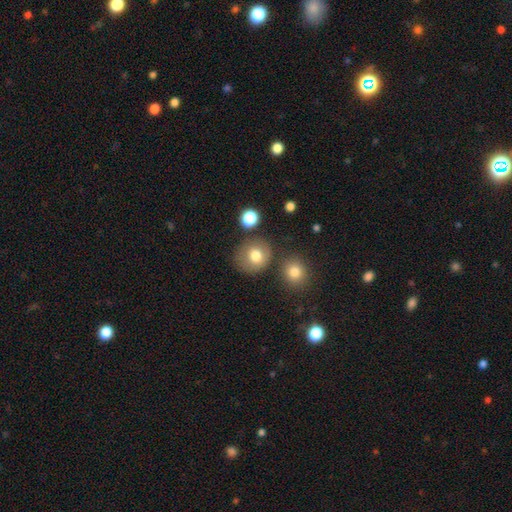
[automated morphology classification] A smooth galaxy with no disk features (77%) that is round (80%).

Vote fractions:
- Smooth or featured? smooth: 77% / featured or disk: 13% / star or artifact: 10%
- How rounded? round: 80% / in between: 19% / cigar-shaped: 1%
- Merging? none: 72% / minor disturbance: 14% / merger: 8% / major disturbance: 5%